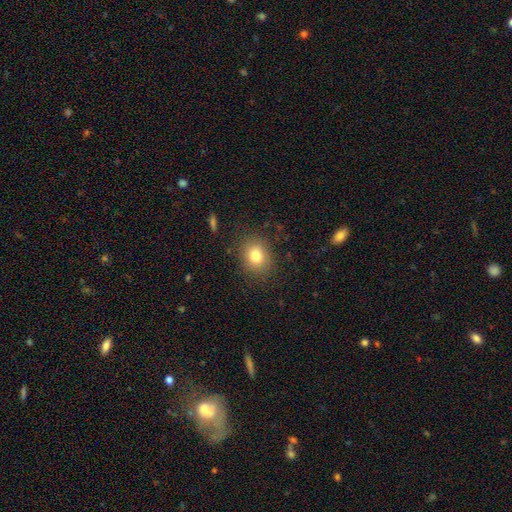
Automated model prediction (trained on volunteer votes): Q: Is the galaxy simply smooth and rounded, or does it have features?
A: smooth — 80%.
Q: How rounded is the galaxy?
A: round — 59%.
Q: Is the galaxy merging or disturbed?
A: none — 85%.